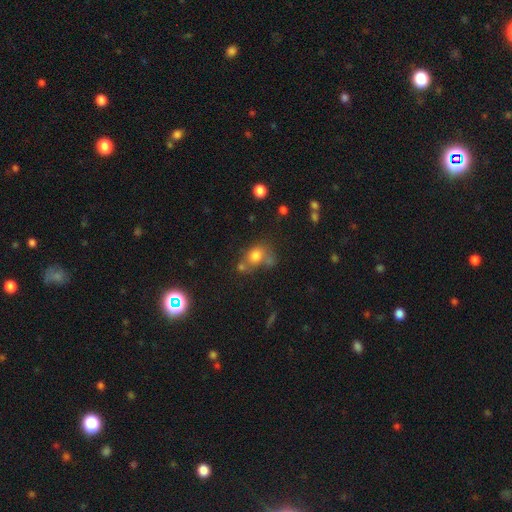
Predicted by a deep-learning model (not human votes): Morphology: type=smooth (75%); roundness=round (56%); merging=none (41%).